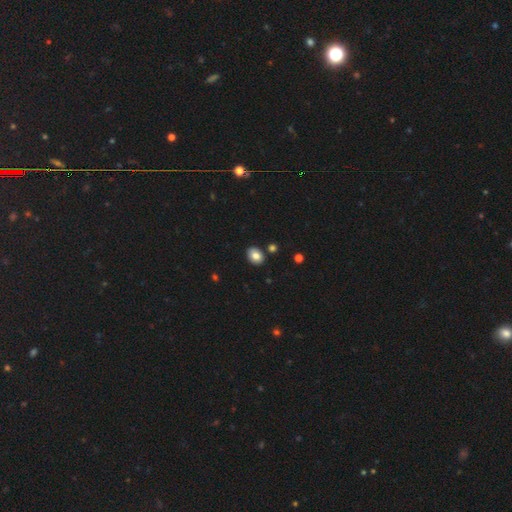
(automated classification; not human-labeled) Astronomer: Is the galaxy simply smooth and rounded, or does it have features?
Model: smooth — 82%.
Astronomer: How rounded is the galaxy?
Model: in between — 62% (runner-up: round, 37%).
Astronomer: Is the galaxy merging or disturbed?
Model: none — 86%.